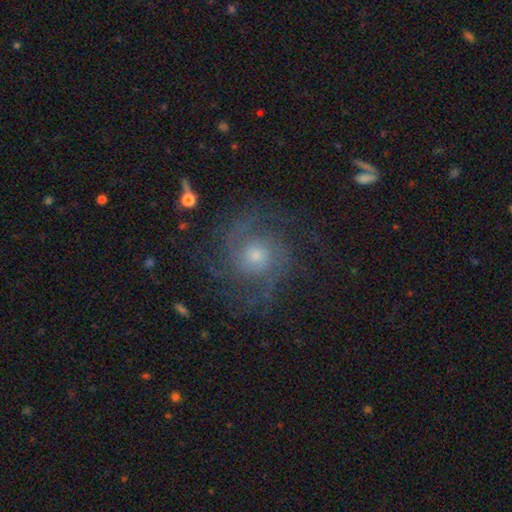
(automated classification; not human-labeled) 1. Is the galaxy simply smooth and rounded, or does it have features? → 82% featured or disk, 10% smooth, 8% star or artifact.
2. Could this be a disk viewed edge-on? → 98% no, 2% yes.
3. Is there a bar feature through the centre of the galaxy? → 73% no, 23% weak, 4% strong.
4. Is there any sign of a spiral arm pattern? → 96% yes, 4% no.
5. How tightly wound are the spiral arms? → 45% medium, 41% tight, 14% loose.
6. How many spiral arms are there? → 36% 2, 21% 3, 20% can't tell, 9% 4, 7% 1, 7% more than 4.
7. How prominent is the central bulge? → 47% moderate, 43% small, 6% large, 3% none, 1% dominant.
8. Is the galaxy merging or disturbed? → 72% none, 15% minor disturbance, 12% major disturbance, 2% merger.